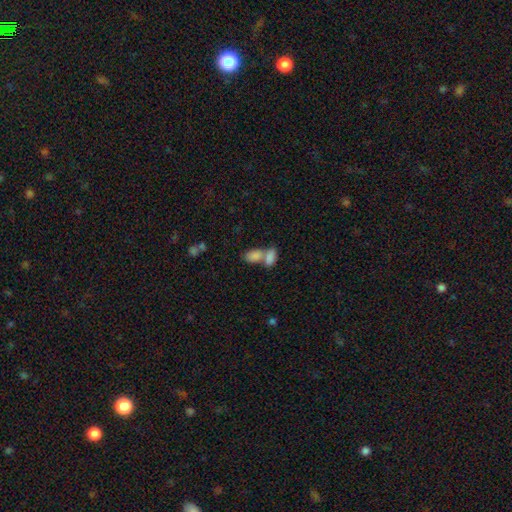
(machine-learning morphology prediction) smooth-or-featured: smooth: 83% | featured or disk: 9% | star or artifact: 8%
  how-rounded: in between: 91% | round: 6% | cigar-shaped: 3%
  merging: merger: 63% | none: 26% | minor disturbance: 7% | major disturbance: 4%